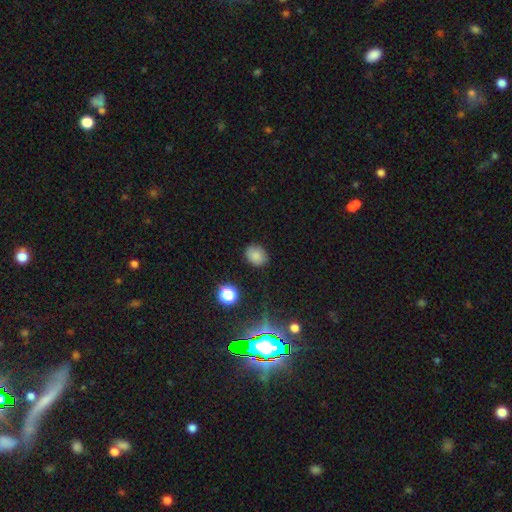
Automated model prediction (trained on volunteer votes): This appears to be a smooth galaxy with no disk features (81%) that is in between round and cigar-shaped (53%). Merging: none (83%).